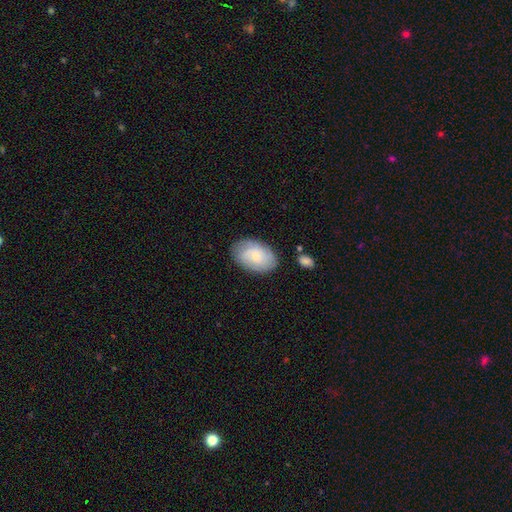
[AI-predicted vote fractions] Q: Smooth or featured?
A: smooth (55%); runner-up: featured or disk (38%)
Q: How rounded?
A: in between (88%); runner-up: round (11%)
Q: Merging?
A: none (76%); runner-up: minor disturbance (17%)